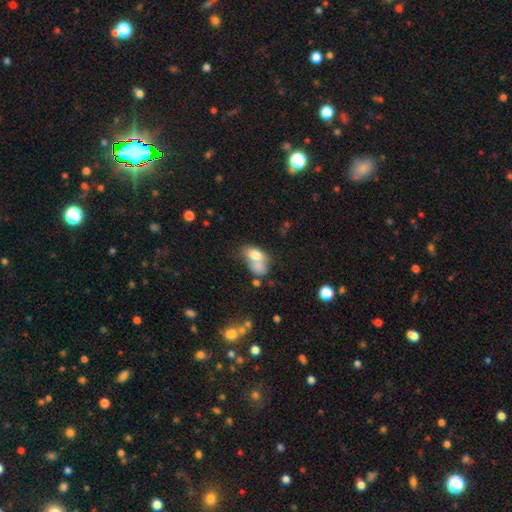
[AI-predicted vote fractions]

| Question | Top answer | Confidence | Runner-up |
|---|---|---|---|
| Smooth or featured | smooth | 71% | featured or disk (20%) |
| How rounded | in between | 83% | round (14%) |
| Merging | merger | 56% | none (21%) |